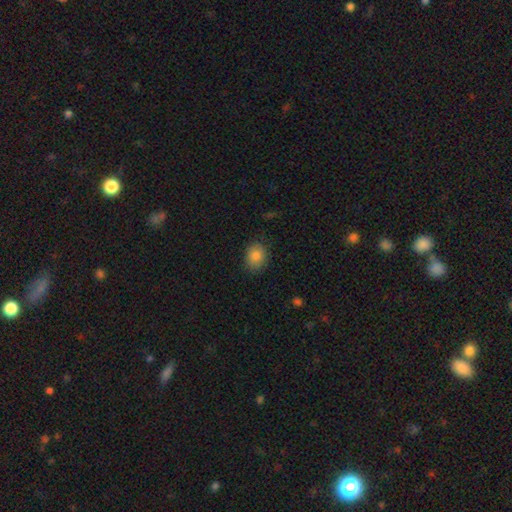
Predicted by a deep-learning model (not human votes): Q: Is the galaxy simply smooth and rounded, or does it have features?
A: smooth — 84%.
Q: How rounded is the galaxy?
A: in between — 50%.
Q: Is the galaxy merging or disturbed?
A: none — 84%.